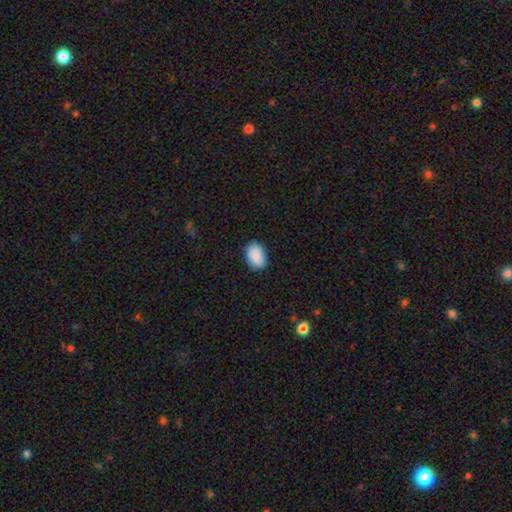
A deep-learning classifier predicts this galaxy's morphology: A smooth galaxy with no disk features (88%) that is in between round and cigar-shaped (86%).

Vote fractions:
- Smooth or featured? smooth: 88% / star or artifact: 7% / featured or disk: 5%
- How rounded? in between: 86% / round: 12% / cigar-shaped: 1%
- Merging? none: 85% / minor disturbance: 11% / major disturbance: 2% / merger: 1%